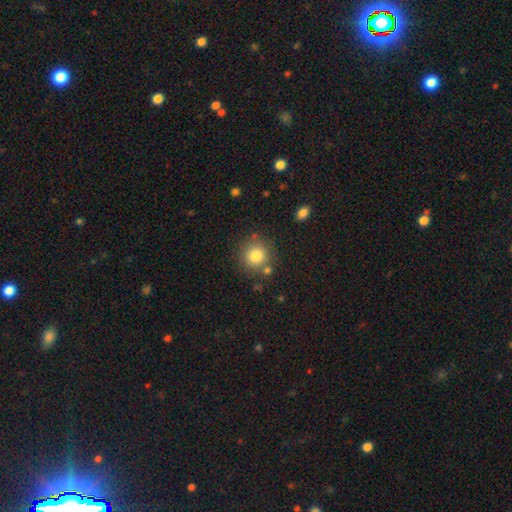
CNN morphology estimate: type=smooth (81%); roundness=round (91%); merging=none (79%).